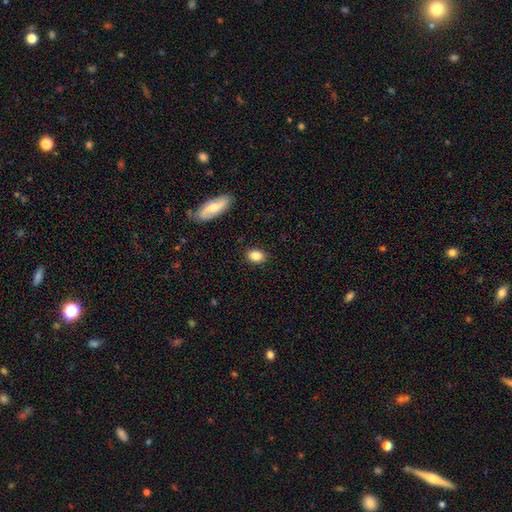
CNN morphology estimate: A smooth galaxy with no disk features (84%) that is in between round and cigar-shaped (75%).

Vote fractions:
- Smooth or featured? smooth: 84% / star or artifact: 8% / featured or disk: 8%
- How rounded? in between: 75% / round: 23% / cigar-shaped: 2%
- Merging? none: 87% / minor disturbance: 9% / major disturbance: 2% / merger: 1%